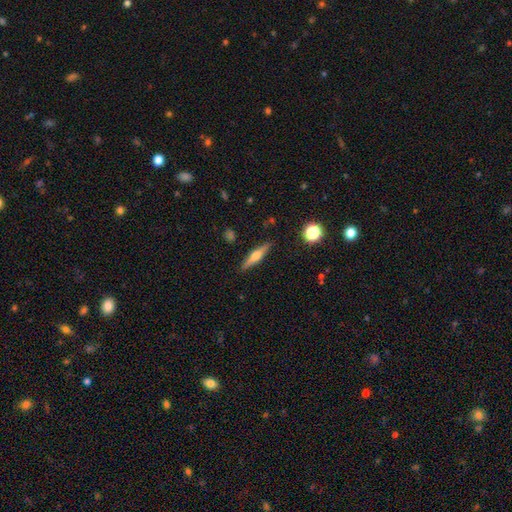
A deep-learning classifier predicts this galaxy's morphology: Overall: featured or disk (59%; smooth 34%). Edge-on disk: yes (96%). Edge-on bulge: rounded (91%). Merging: none (89%).